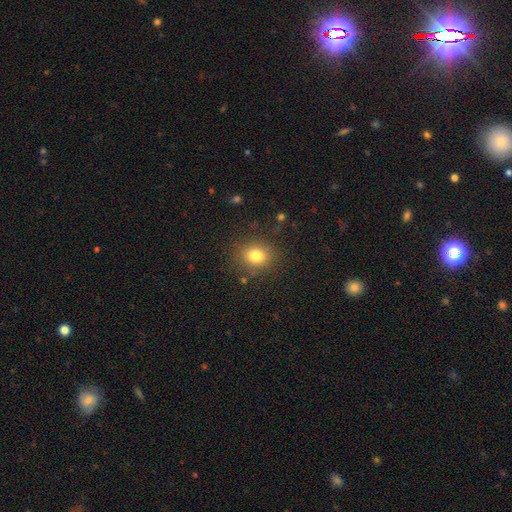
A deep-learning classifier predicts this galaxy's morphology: A smooth galaxy with no disk features (79%) that is round (71%).

Vote fractions:
- Smooth or featured? smooth: 79% / star or artifact: 13% / featured or disk: 8%
- How rounded? round: 71% / in between: 29% / cigar-shaped: 1%
- Merging? none: 84% / minor disturbance: 10% / major disturbance: 4% / merger: 2%